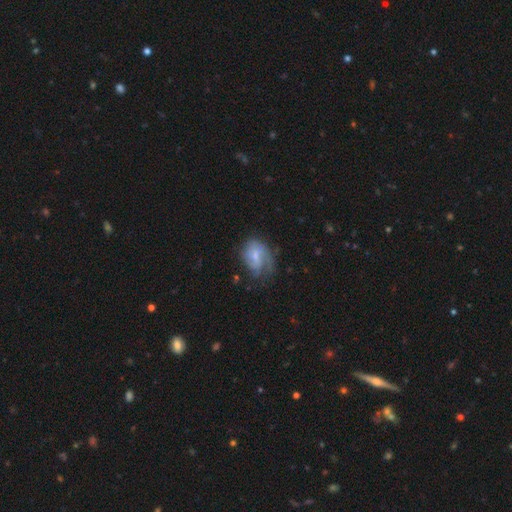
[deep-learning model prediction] smooth-or-featured: featured or disk: 56% | smooth: 36% | star or artifact: 8%
  disk-edge-on: no: 96% | yes: 4%
    bar: weak: 49% | no: 41% | strong: 10%
    has-spiral-arms: yes: 74% | no: 26%
    bulge-size: small: 55% | moderate: 31% | none: 10% | large: 2% | dominant: 1%
  merging: none: 42% | minor disturbance: 29% | major disturbance: 27% | merger: 2%